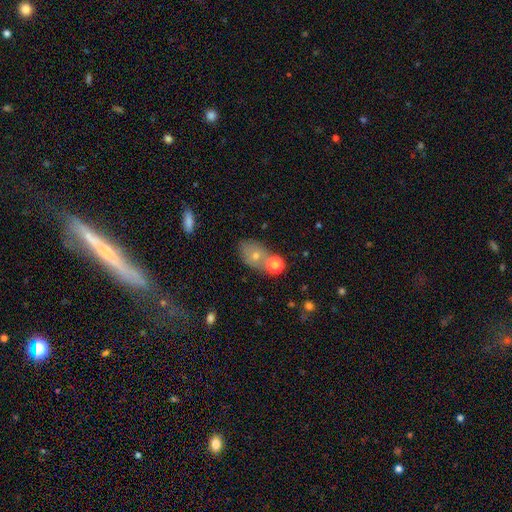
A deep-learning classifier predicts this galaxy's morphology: type=smooth (58%); roundness=in between (64%); merging=none (60%).